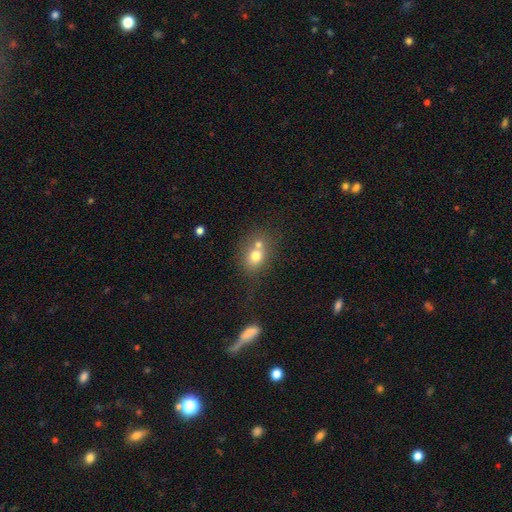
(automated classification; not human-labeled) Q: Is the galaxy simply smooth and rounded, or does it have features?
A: smooth — 71%.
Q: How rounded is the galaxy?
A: round — 52%.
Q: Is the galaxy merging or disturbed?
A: merger — 44%.